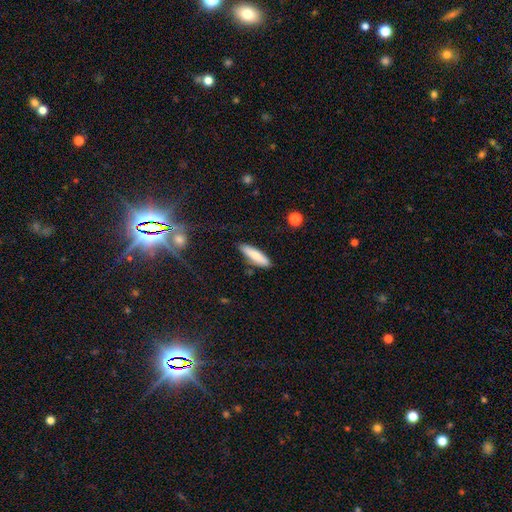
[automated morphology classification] This is likely a smooth galaxy (79%). How rounded: likely cigar-shaped (69%). Merging: clearly none (83%).